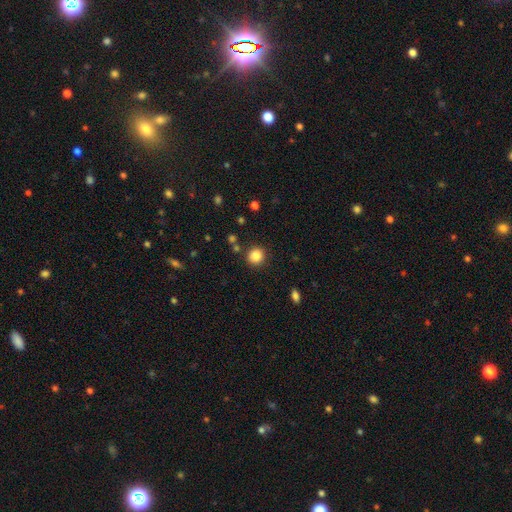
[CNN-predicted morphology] Smooth or featured?
  - smooth: 86% *
  - star or artifact: 10%
  - featured or disk: 4%
How rounded?
  - round: 91% *
  - in between: 8%
  - cigar-shaped: 1%
Merging?
  - none: 87% *
  - minor disturbance: 7%
  - merger: 3%
  - major disturbance: 3%